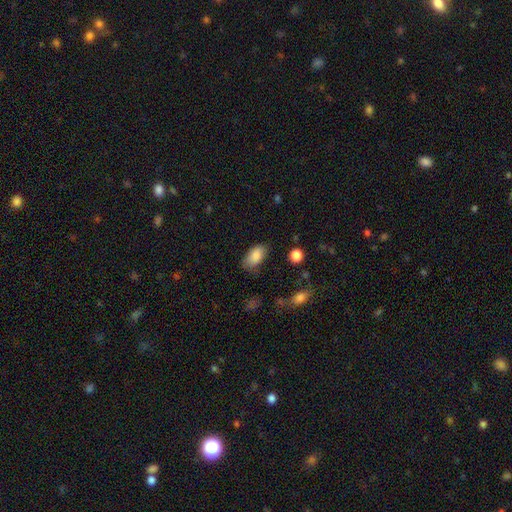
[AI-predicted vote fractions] A smooth galaxy with no disk features (86%) that is in between round and cigar-shaped (93%). Merging: none (74%).